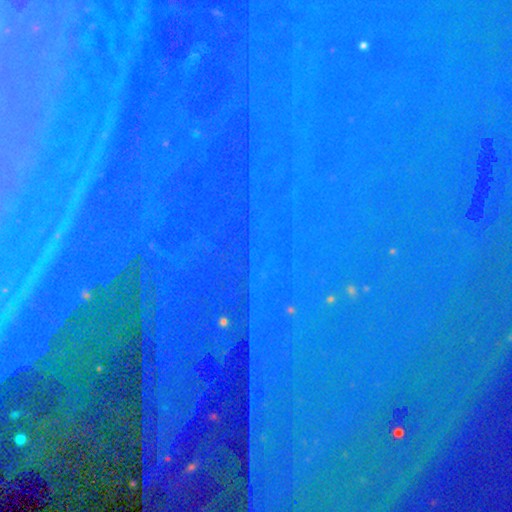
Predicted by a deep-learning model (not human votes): Morphology: type=star or artifact (87%).